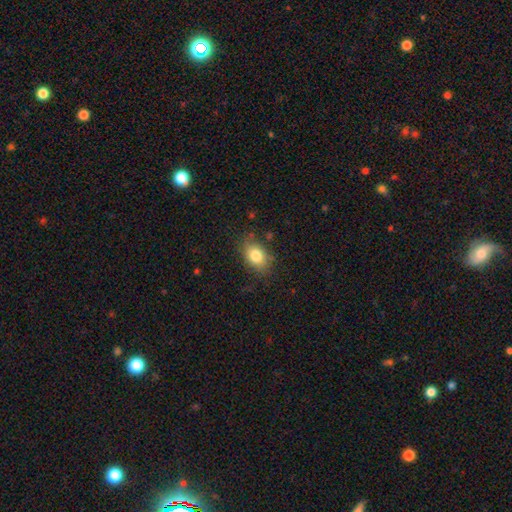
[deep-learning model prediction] Smooth or featured? Predicted: smooth (p=0.82). How rounded? Predicted: in between (p=0.76). Merging? Predicted: none (p=0.79).